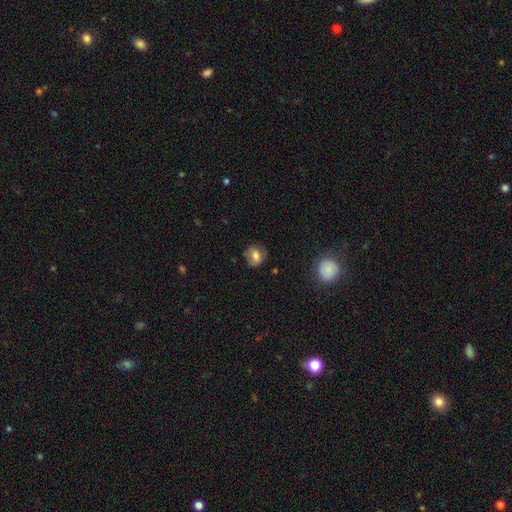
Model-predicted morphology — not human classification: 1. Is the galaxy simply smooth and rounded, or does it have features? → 71% smooth, 19% featured or disk, 10% star or artifact.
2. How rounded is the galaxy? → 63% round, 36% in between, 1% cigar-shaped.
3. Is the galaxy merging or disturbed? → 70% none, 22% minor disturbance, 7% major disturbance, 2% merger.